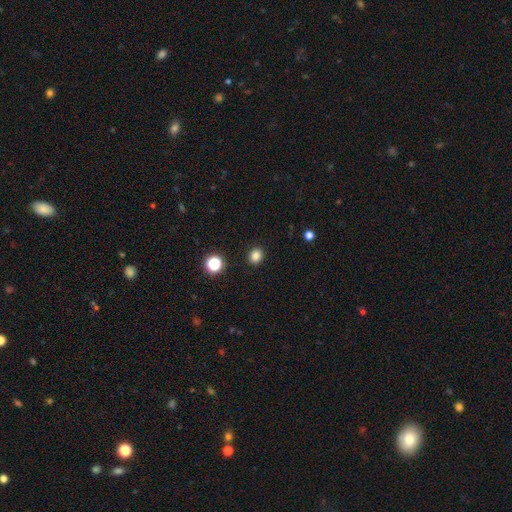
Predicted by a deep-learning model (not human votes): A smooth galaxy with no disk features (83%) that is round (66%).

Vote fractions:
- Smooth or featured? smooth: 83% / star or artifact: 13% / featured or disk: 4%
- How rounded? round: 66% / in between: 33% / cigar-shaped: 1%
- Merging? none: 90% / minor disturbance: 6% / major disturbance: 2% / merger: 1%